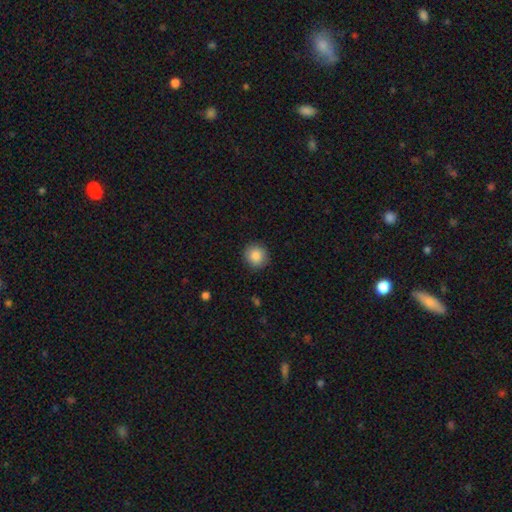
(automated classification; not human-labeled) The model was most divided on "how rounded": round: 89%, in between: 10%, cigar-shaped: 1%. More confident: merging — none (89%); smooth or featured — smooth (87%).